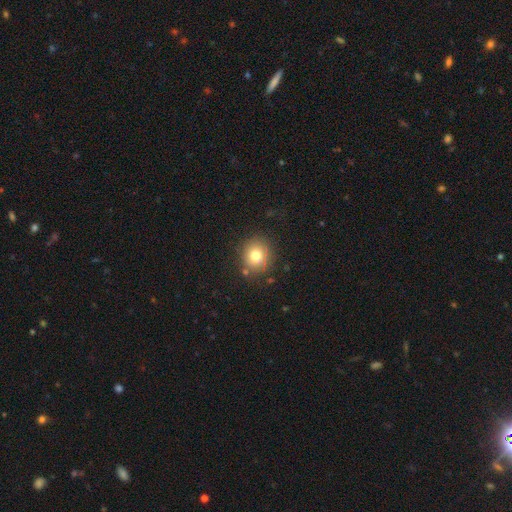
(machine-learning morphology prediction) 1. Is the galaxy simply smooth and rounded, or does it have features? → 77% smooth, 12% star or artifact, 11% featured or disk.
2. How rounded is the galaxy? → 85% round, 14% in between, 1% cigar-shaped.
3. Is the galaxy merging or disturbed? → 82% none, 11% minor disturbance, 3% major disturbance, 3% merger.